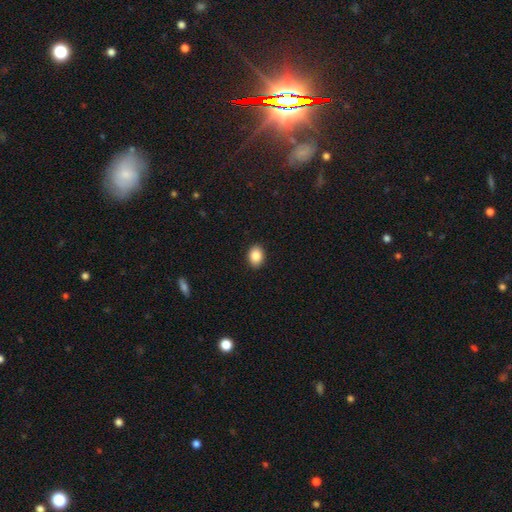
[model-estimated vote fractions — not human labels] Morphology: type=smooth (87%); roundness=in between (66%); merging=none (91%).